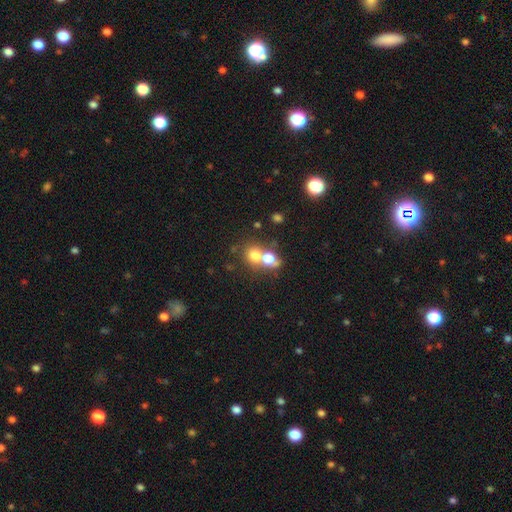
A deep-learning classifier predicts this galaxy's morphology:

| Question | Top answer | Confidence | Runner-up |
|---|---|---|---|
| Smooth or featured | smooth | 70% | star or artifact (15%) |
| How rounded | round | 74% | in between (25%) |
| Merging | merger | 53% | none (35%) |